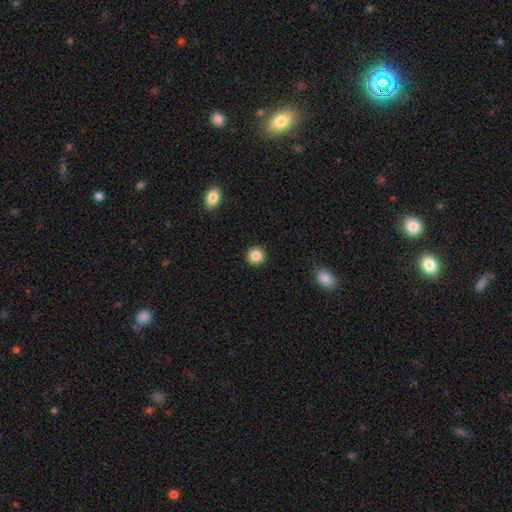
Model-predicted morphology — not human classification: Smooth or featured: smooth — 86% (star or artifact — 10%)
How rounded: round — 94% (in between — 5%)
Merging: none — 93% (minor disturbance — 4%)